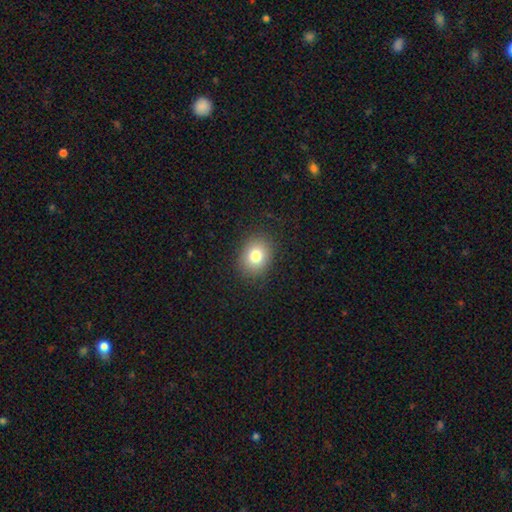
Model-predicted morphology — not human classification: smooth_or_featured: smooth (p=0.80) [alt: star or artifact p=0.11]
how_rounded: round (p=0.55) [alt: in between p=0.44]
merging: none (p=0.88) [alt: minor disturbance p=0.08]